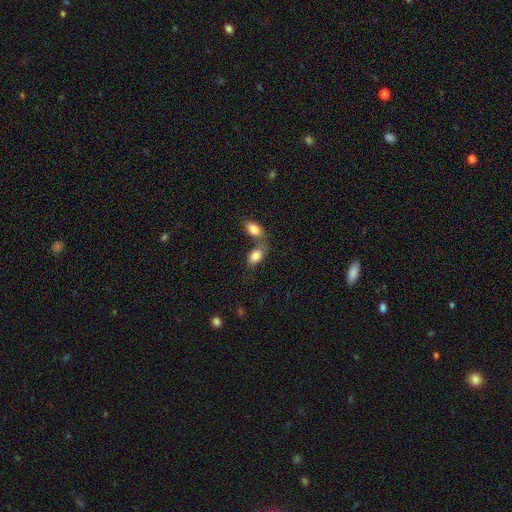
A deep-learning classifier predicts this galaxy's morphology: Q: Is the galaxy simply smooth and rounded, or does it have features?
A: smooth — 83%.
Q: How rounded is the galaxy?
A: in between — 91%.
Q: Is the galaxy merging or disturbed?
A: merger — 45%.